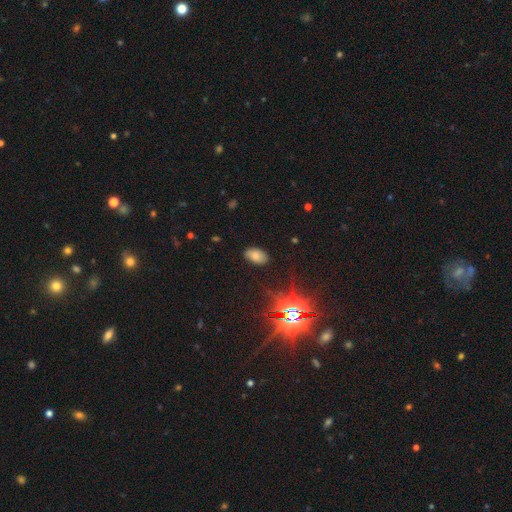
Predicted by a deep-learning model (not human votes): smooth-or-featured: smooth: 70% | star or artifact: 21% | featured or disk: 9%
  how-rounded: in between: 92% | round: 6% | cigar-shaped: 1%
  merging: none: 83% | minor disturbance: 12% | major disturbance: 3% | merger: 1%